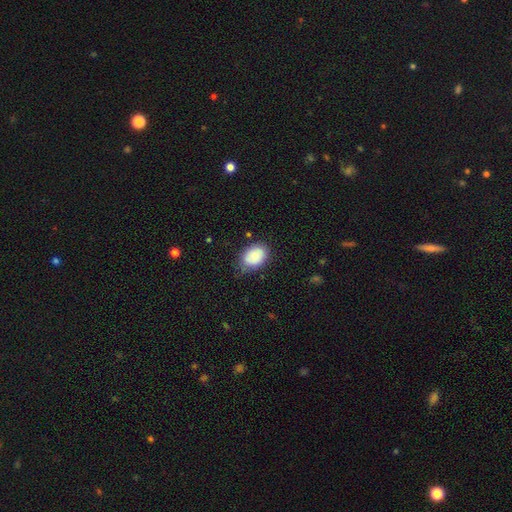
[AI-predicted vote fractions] Morphology: type=smooth (83%); roundness=in between (79%); merging=none (69%).